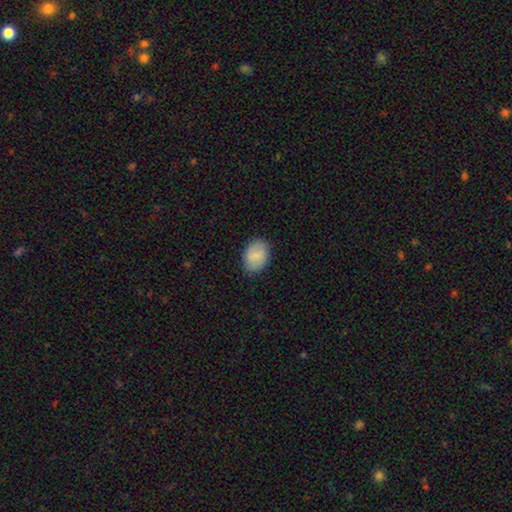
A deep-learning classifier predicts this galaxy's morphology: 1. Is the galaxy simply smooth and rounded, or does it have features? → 74% smooth, 19% featured or disk, 7% star or artifact.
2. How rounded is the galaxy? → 77% in between, 22% round, 1% cigar-shaped.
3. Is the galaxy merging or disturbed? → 83% none, 13% minor disturbance, 3% major disturbance, 1% merger.